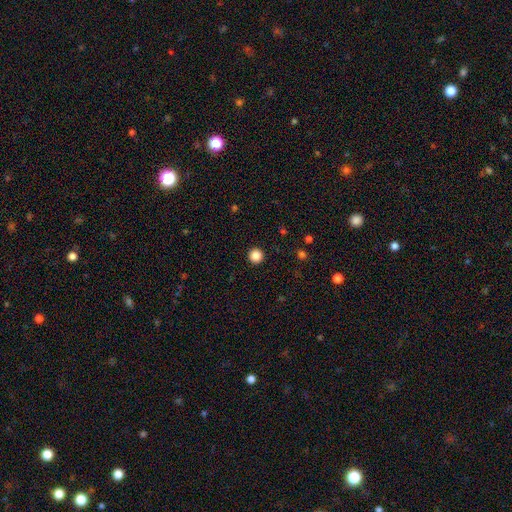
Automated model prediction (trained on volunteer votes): smooth 86%, star or artifact 11%, featured or disk 3%. Down the decision tree: how rounded — round (96%); merging — none (94%).